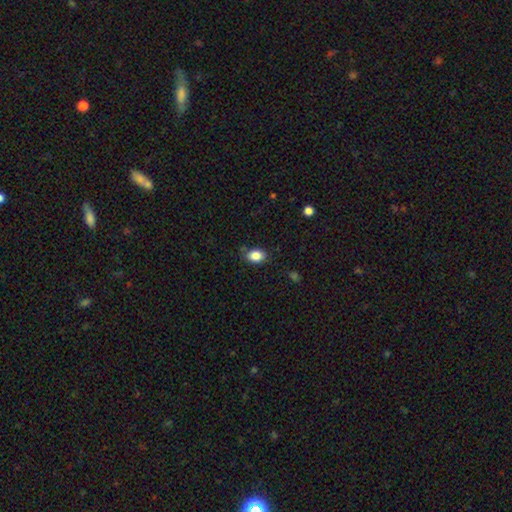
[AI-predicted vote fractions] This is clearly a smooth galaxy (86%). How rounded: likely in between (78%). Merging: likely none (79%).